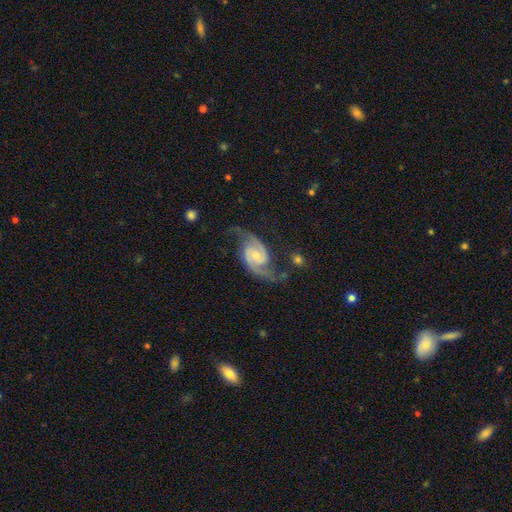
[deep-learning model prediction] The model was most divided on "bulge size": small: 50%, moderate: 40%, none: 6%, large: 3%, dominant: 1%. More confident: spiral arms — yes (98%); edge-on disk — no (97%); spiral arm count — 2 (93%); smooth or featured — featured or disk (90%); merging — none (66%); bar — no (53%); spiral winding — medium (52%).